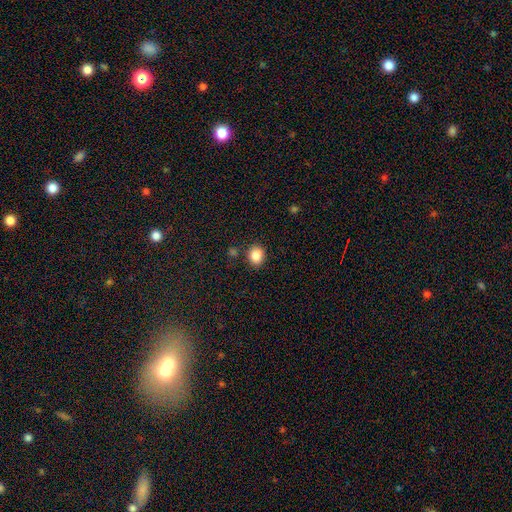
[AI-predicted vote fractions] The model was most divided on "how rounded": round: 64%, in between: 35%, cigar-shaped: 1%. More confident: smooth or featured — smooth (86%); merging — none (83%).